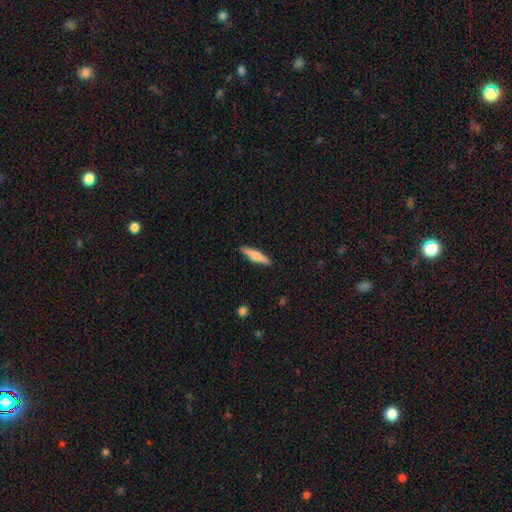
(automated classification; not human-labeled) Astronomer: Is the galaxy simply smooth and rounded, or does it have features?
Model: smooth — 69%.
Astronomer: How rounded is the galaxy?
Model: cigar-shaped — 81%.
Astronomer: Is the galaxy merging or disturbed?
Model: none — 89%.